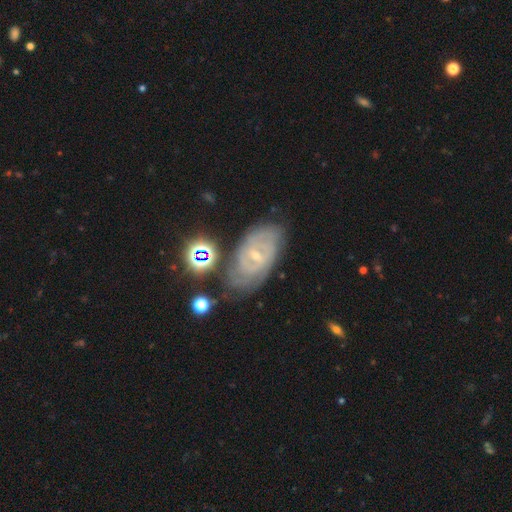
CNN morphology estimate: Q: Smooth or featured?
A: featured or disk (78%); runner-up: smooth (12%)
Q: Edge-on disk?
A: no (95%); runner-up: yes (5%)
Q: Bar?
A: weak (54%); runner-up: no (26%)
Q: Spiral arms?
A: yes (91%); runner-up: no (9%)
Q: Spiral winding?
A: tight (66%); runner-up: medium (27%)
Q: Spiral arm count?
A: can't tell (40%); runner-up: 2 (36%)
Q: Bulge size?
A: small (70%); runner-up: moderate (25%)
Q: Merging?
A: none (67%); runner-up: minor disturbance (21%)